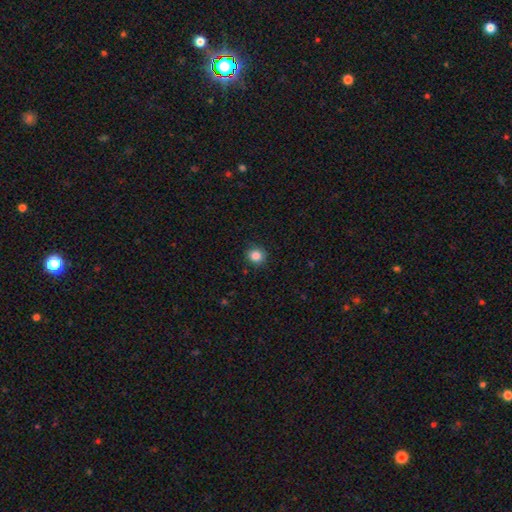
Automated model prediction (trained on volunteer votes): This is clearly a smooth galaxy (86%). How rounded: clearly round (89%). Merging: clearly none (89%).